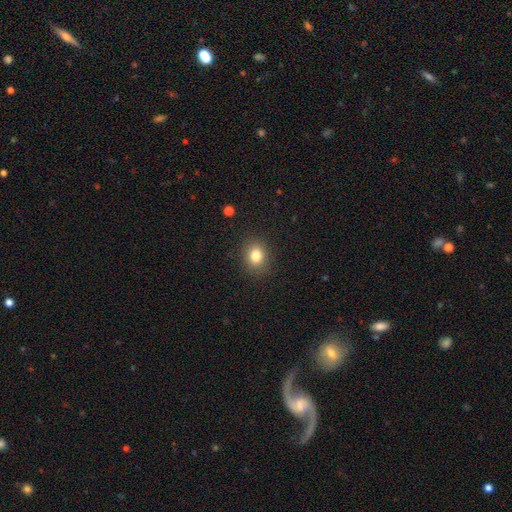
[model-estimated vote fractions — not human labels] smooth_or_featured: smooth (p=0.81) [alt: star or artifact p=0.11]
how_rounded: round (p=0.57) [alt: in between p=0.42]
merging: none (p=0.88) [alt: minor disturbance p=0.08]